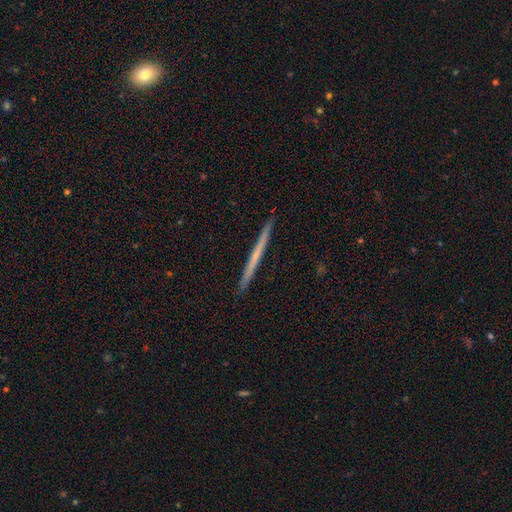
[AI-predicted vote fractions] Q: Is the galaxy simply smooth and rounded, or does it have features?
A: featured or disk — 51%.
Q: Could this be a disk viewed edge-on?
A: yes — 98%.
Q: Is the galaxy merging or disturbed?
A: none — 93%.